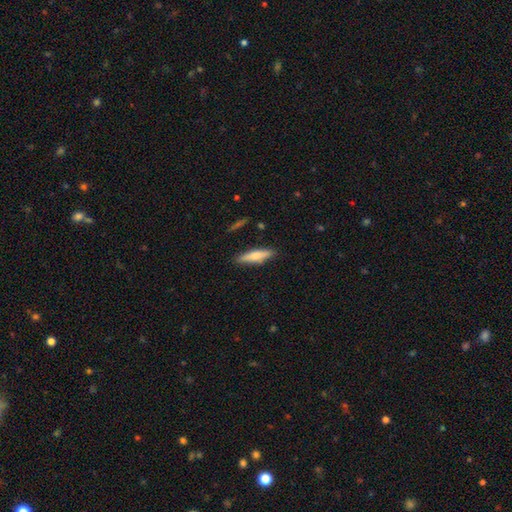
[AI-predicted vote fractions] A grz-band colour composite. It shows a smooth galaxy with no disk features (66%) that is cigar-shaped (77%). Merging: none (87%).